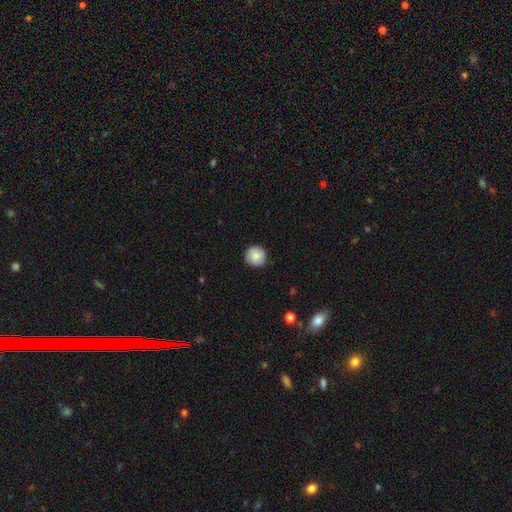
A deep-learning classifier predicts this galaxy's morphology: Overall: smooth (78%). How rounded: round (94%). Merging: none (85%).